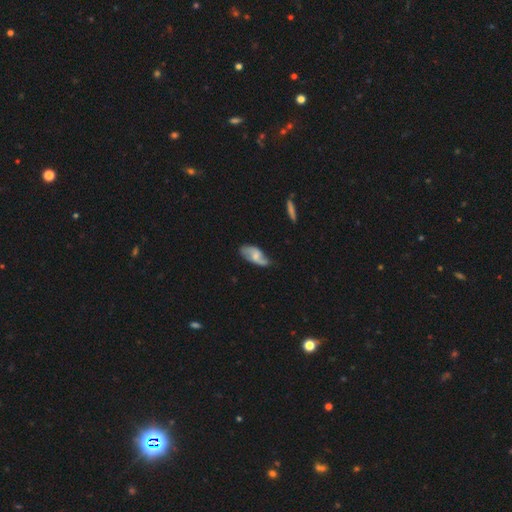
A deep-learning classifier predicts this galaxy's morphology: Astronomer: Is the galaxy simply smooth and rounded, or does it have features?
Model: featured or disk — 56% (runner-up: smooth, 38%).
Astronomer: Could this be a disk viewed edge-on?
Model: no — 92%.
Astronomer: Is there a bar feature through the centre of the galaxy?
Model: no — 51% (runner-up: weak, 40%).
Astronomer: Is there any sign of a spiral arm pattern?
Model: yes — 85%.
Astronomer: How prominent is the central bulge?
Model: small — 43% (runner-up: moderate, 42%).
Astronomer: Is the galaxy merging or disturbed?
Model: none — 59%.